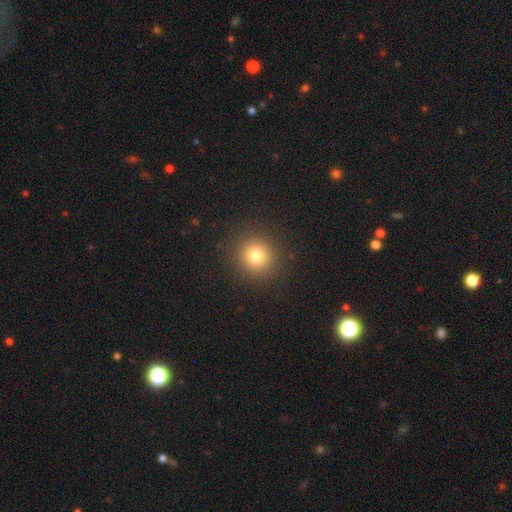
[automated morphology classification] This is likely a smooth galaxy (78%). How rounded: clearly round (92%). Merging: clearly none (91%).